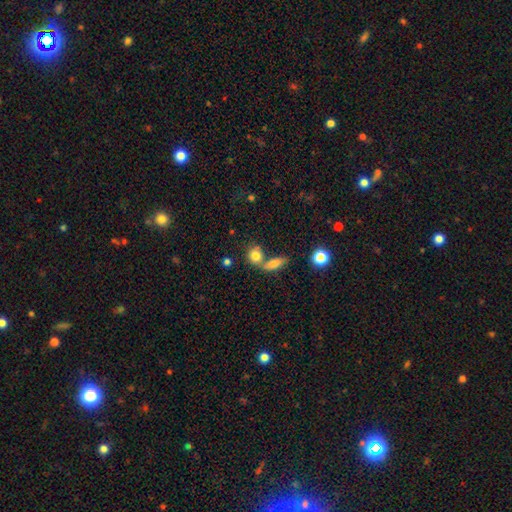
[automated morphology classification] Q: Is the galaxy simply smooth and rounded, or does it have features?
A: smooth — 79%.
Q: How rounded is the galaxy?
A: round — 63%.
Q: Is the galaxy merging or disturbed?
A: merger — 44%.